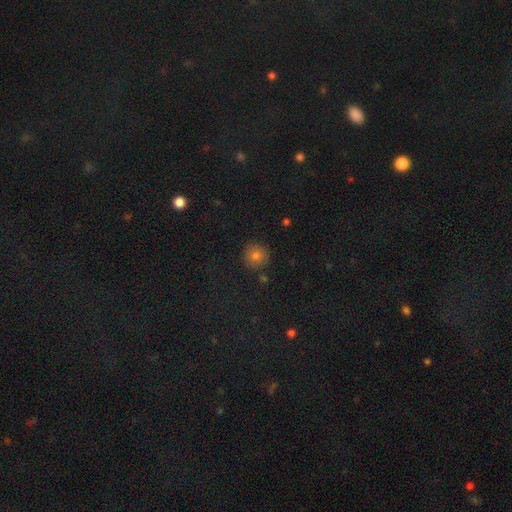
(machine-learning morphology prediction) smooth_or_featured: smooth (p=0.77) [alt: star or artifact p=0.14]
how_rounded: round (p=0.94) [alt: in between p=0.05]
merging: none (p=0.88) [alt: minor disturbance p=0.08]